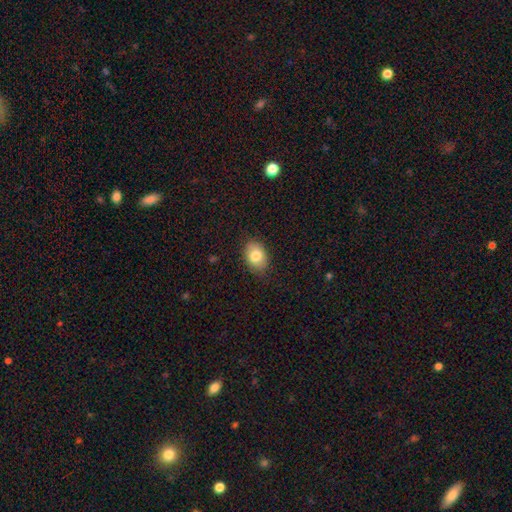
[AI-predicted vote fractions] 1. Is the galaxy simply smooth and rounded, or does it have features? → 80% smooth, 12% featured or disk, 8% star or artifact.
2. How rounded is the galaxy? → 79% in between, 20% round, 1% cigar-shaped.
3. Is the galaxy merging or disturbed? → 83% none, 14% minor disturbance, 3% major disturbance, 1% merger.